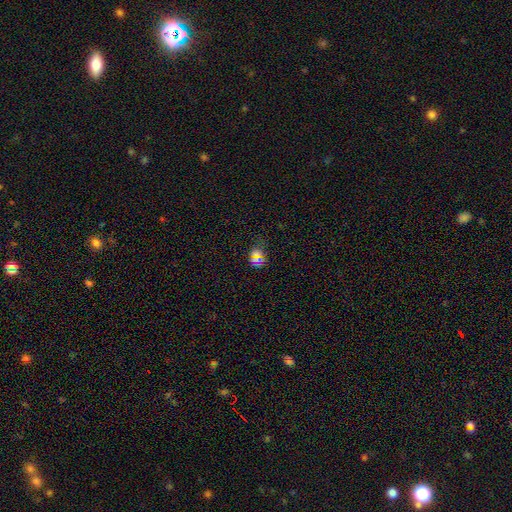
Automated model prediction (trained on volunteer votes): The model was most divided on "smooth or featured": smooth: 48%, star or artifact: 43%, featured or disk: 10%. More confident: merging — none (76%).